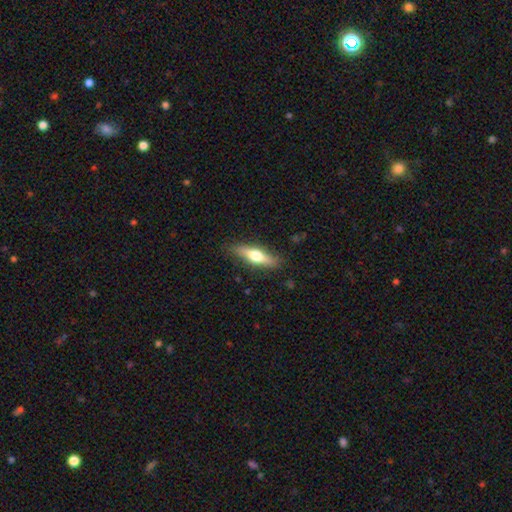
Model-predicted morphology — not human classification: The model was most divided on "smooth or featured": smooth: 52%, featured or disk: 42%, star or artifact: 6%. More confident: merging — none (85%); how rounded — cigar-shaped (64%).